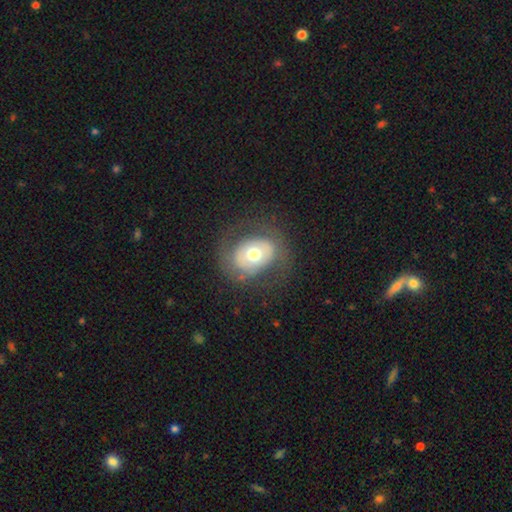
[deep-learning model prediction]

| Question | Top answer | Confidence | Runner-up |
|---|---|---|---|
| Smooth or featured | smooth | 47% | featured or disk (45%) |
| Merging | none | 72% | minor disturbance (16%) |